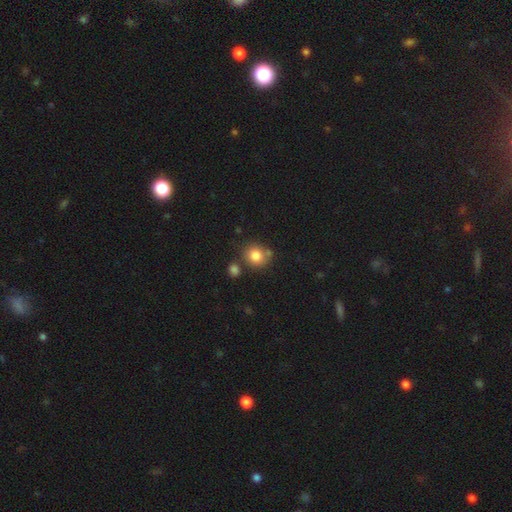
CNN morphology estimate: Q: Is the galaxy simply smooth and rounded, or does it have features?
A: smooth — 82%.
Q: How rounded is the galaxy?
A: round — 80%.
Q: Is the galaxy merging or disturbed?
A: none — 67%.